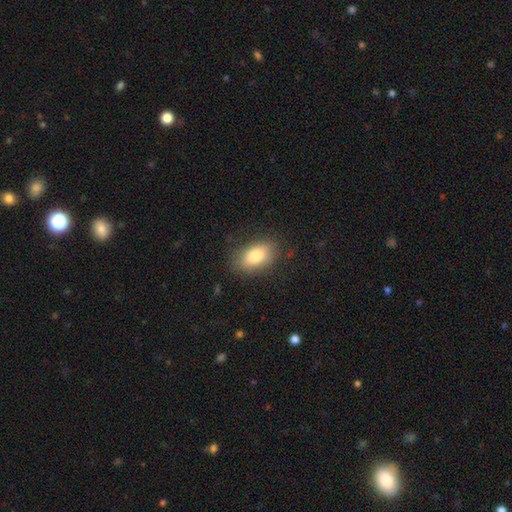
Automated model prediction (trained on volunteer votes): smooth 80%, featured or disk 12%, star or artifact 8%. Down the decision tree: how rounded — in between (89%); merging — none (80%).